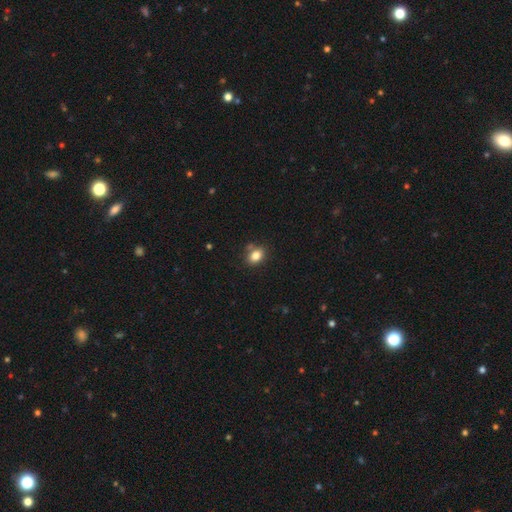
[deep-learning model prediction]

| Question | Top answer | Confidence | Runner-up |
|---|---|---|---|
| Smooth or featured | smooth | 83% | star or artifact (10%) |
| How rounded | in between | 67% | round (32%) |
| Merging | none | 75% | minor disturbance (14%) |